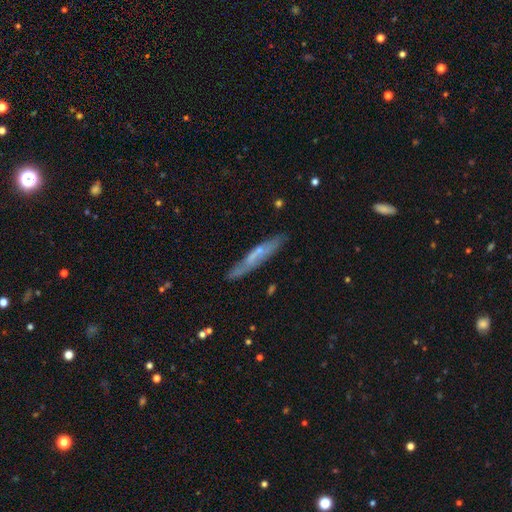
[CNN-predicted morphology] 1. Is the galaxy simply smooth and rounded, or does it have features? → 55% featured or disk, 38% smooth, 8% star or artifact.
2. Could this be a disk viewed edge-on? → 71% yes, 29% no.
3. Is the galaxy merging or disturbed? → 78% none, 16% minor disturbance, 4% major disturbance, 3% merger.